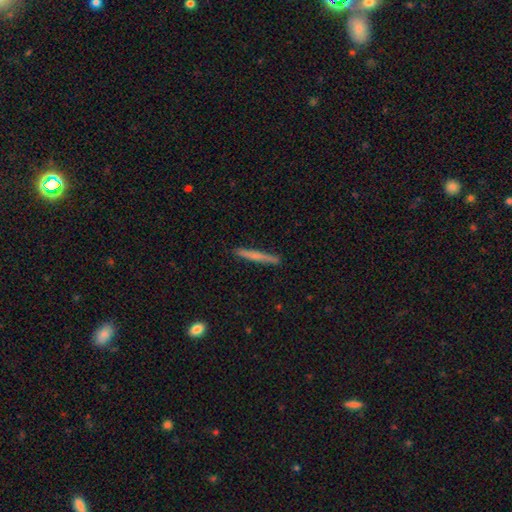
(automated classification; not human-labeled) This appears to be a smooth galaxy with no disk features (60%) that is cigar-shaped (96%). Merging: none (91%).